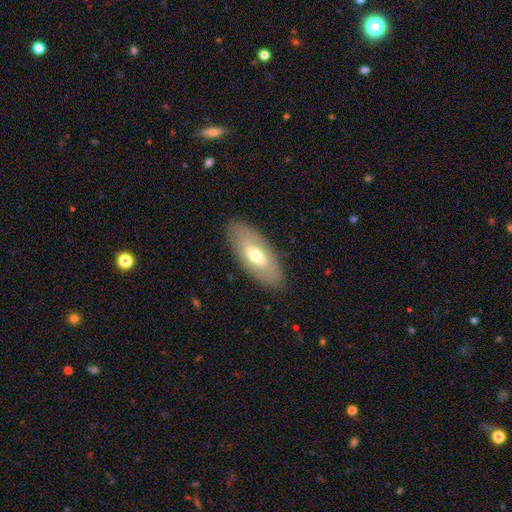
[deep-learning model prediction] smooth 55%, featured or disk 39%, star or artifact 6%. Down the decision tree: how rounded — in between (85%); merging — none (86%).